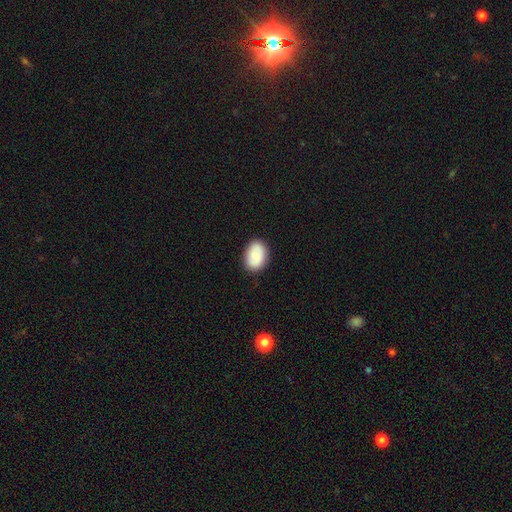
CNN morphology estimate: Smooth or featured? smooth (77%)
How rounded? in between (79%)
Merging? none (85%)